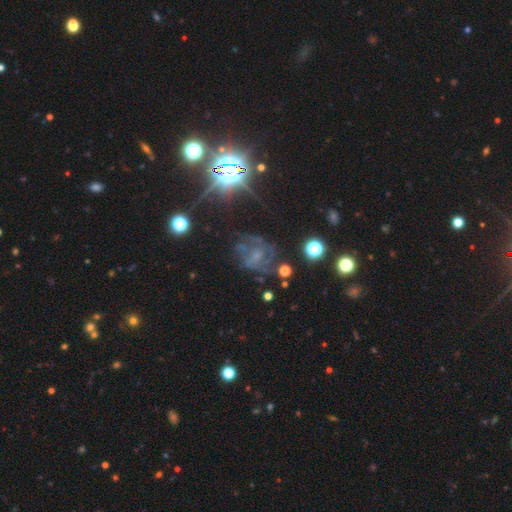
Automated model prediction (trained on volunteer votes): Morphology: type=featured or disk (52%); edge-on=no (95%); merging=none (57%).